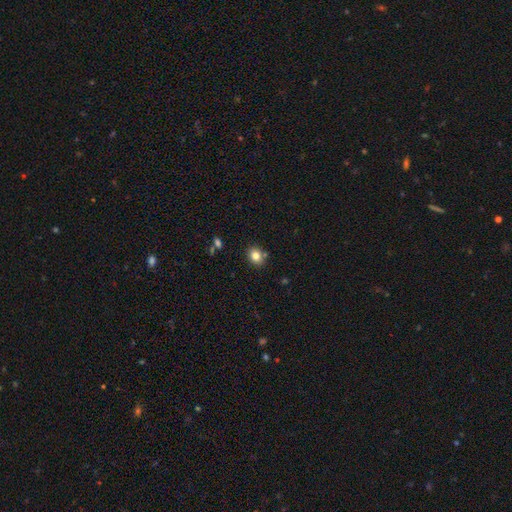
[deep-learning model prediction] This is clearly a smooth galaxy (81%). How rounded: possibly round (58%). Merging: clearly none (81%).